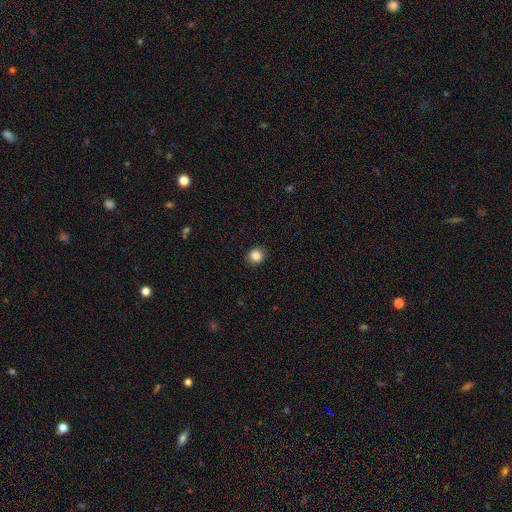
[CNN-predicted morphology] A smooth galaxy with no disk features (85%) that is round (84%).

Vote fractions:
- Smooth or featured? smooth: 85% / star or artifact: 10% / featured or disk: 5%
- How rounded? round: 84% / in between: 15% / cigar-shaped: 1%
- Merging? none: 91% / minor disturbance: 6% / major disturbance: 2% / merger: 1%